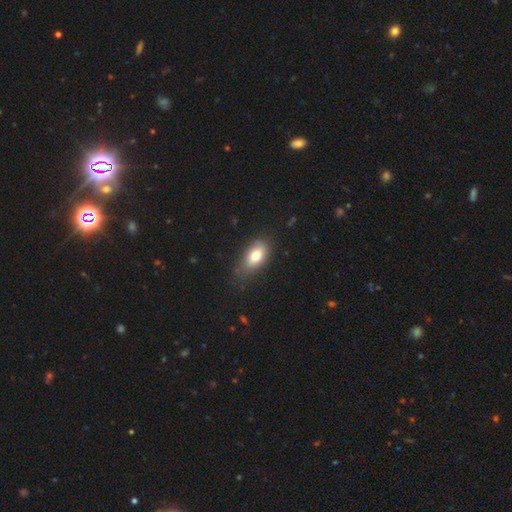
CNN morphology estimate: Smooth or featured? Predicted: smooth (p=0.76). How rounded? Predicted: in between (p=0.88). Merging? Predicted: none (p=0.67).